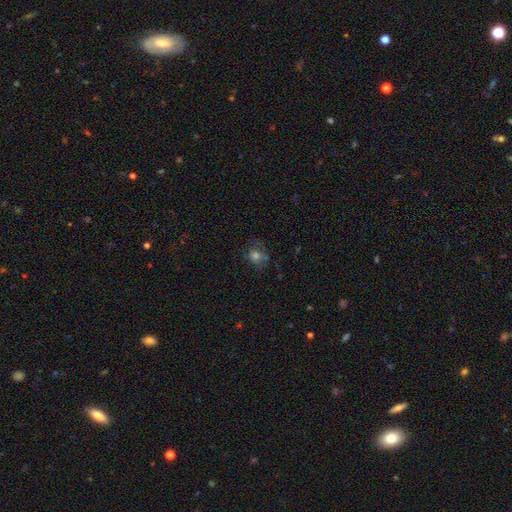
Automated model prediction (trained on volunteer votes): Smooth or featured?
  - smooth: 59% *
  - featured or disk: 22%
  - star or artifact: 19%
How rounded?
  - round: 68% *
  - in between: 31%
  - cigar-shaped: 1%
Merging?
  - none: 59% *
  - minor disturbance: 23%
  - major disturbance: 16%
  - merger: 2%